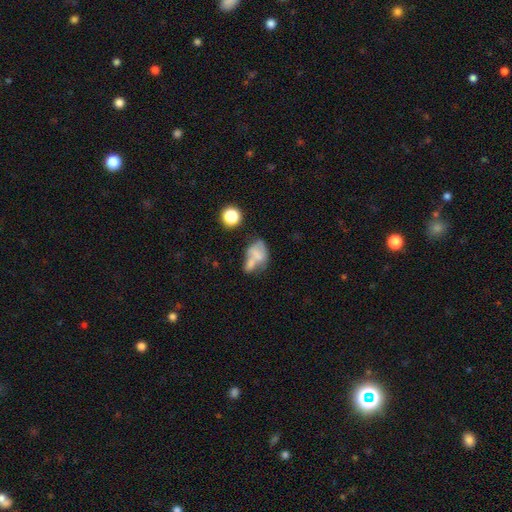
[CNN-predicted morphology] type=smooth (57%); roundness=in between (77%); merging=merger (49%).